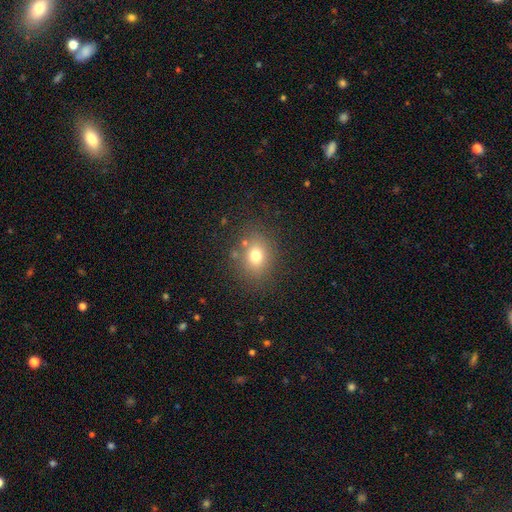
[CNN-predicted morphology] Q: Smooth or featured?
A: smooth (75%); runner-up: star or artifact (15%)
Q: How rounded?
A: round (50%); runner-up: in between (49%)
Q: Merging?
A: none (81%); runner-up: minor disturbance (11%)